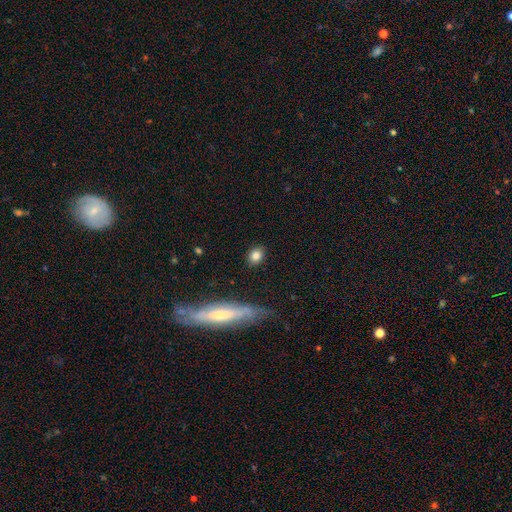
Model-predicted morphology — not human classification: The model was most divided on "how rounded": round: 52%, in between: 44%, cigar-shaped: 4%. More confident: merging — none (88%); smooth or featured — smooth (82%).